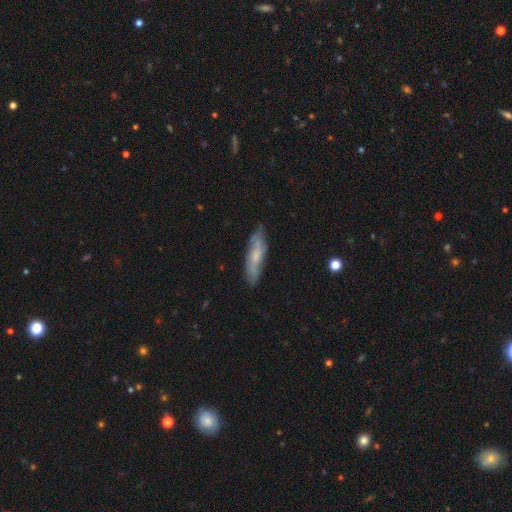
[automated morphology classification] Smooth or featured? Predicted: smooth (p=0.53). How rounded? Predicted: cigar-shaped (p=0.68). Merging? Predicted: none (p=0.76).